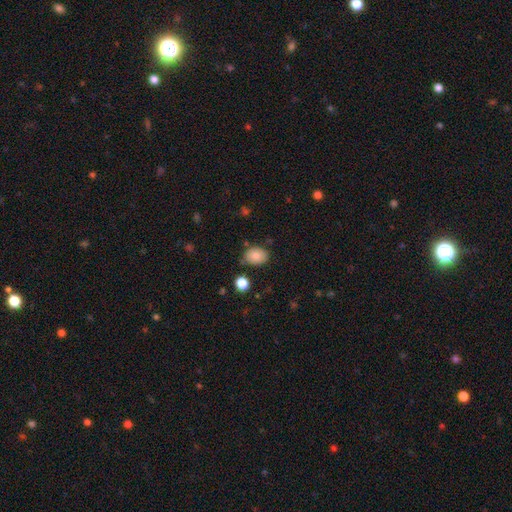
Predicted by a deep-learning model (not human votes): Smooth or featured? Predicted: smooth (p=0.84). How rounded? Predicted: in between (p=0.68). Merging? Predicted: none (p=0.77).